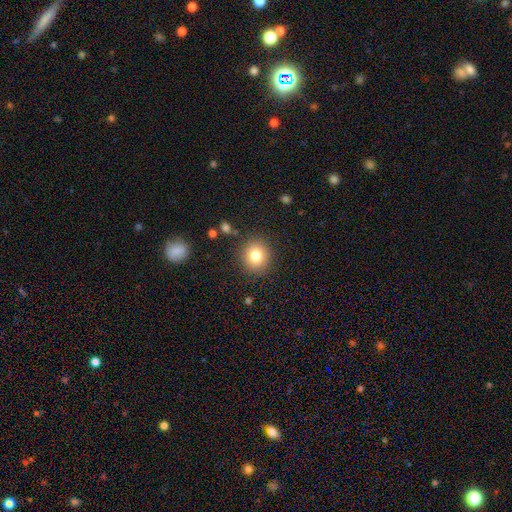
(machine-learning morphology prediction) smooth_or_featured: smooth (p=0.80) [alt: star or artifact p=0.11]
how_rounded: round (p=0.90) [alt: in between p=0.10]
merging: none (p=0.88) [alt: minor disturbance p=0.08]